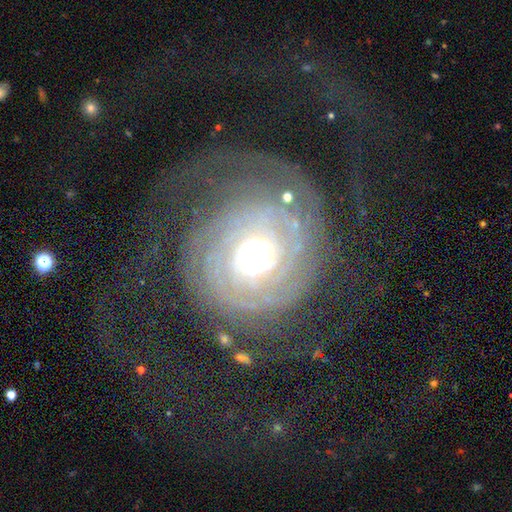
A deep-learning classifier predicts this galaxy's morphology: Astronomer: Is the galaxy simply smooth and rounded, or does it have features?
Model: featured or disk — 87%.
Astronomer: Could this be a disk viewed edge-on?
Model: no — 97%.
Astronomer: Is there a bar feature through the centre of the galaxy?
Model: no — 74%.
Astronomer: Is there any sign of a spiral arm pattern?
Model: yes — 95%.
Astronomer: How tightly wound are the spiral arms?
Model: tight — 73%.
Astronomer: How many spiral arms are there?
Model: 2 — 28%, tied with can't tell at 28%.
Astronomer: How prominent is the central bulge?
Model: moderate — 61%.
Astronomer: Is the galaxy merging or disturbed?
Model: none — 60%.